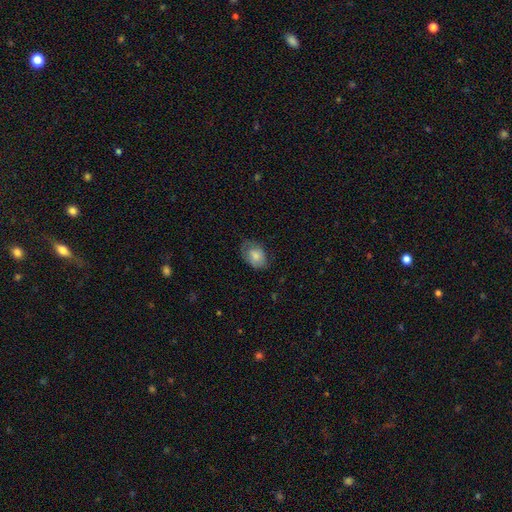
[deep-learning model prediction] A smooth galaxy with no disk features (78%) that is in between round and cigar-shaped (80%).

Vote fractions:
- Smooth or featured? smooth: 78% / featured or disk: 14% / star or artifact: 7%
- How rounded? in between: 80% / round: 19% / cigar-shaped: 1%
- Merging? none: 60% / minor disturbance: 29% / major disturbance: 10% / merger: 1%